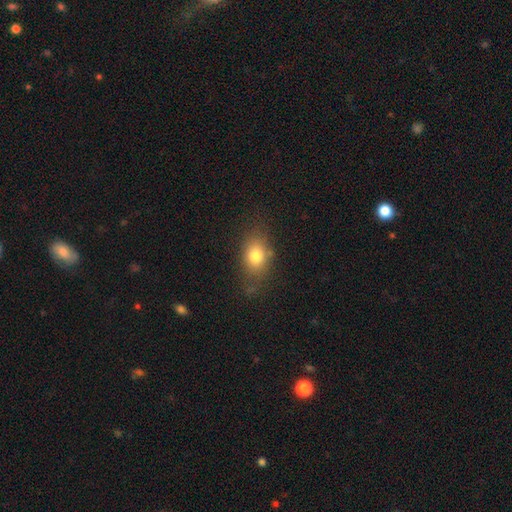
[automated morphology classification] The model was most divided on "how rounded": in between: 70%, round: 28%, cigar-shaped: 2%. More confident: smooth or featured — smooth (78%); merging — none (69%).